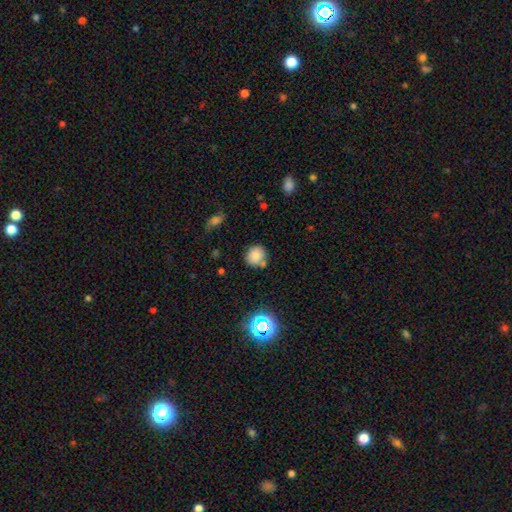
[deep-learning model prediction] Smooth or featured? Predicted: smooth (p=0.80). How rounded? Predicted: round (p=0.85). Merging? Predicted: none (p=0.71).